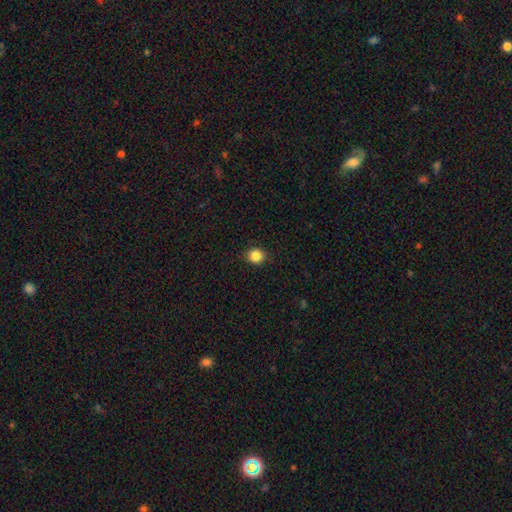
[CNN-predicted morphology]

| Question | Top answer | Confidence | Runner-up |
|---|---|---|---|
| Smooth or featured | smooth | 85% | star or artifact (11%) |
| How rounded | round | 85% | in between (14%) |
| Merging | none | 91% | minor disturbance (6%) |